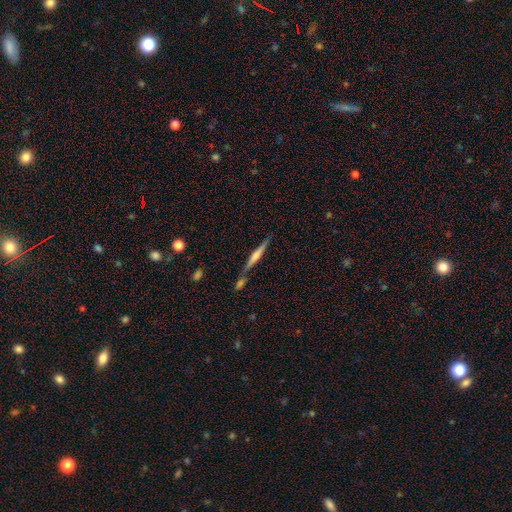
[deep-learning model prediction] Smooth or featured: featured or disk — 59% (smooth — 35%)
Edge-on disk: yes — 96% (no — 4%)
Edge-on bulge: rounded — 60% (none — 23%)
Merging: none — 65% (merger — 21%)